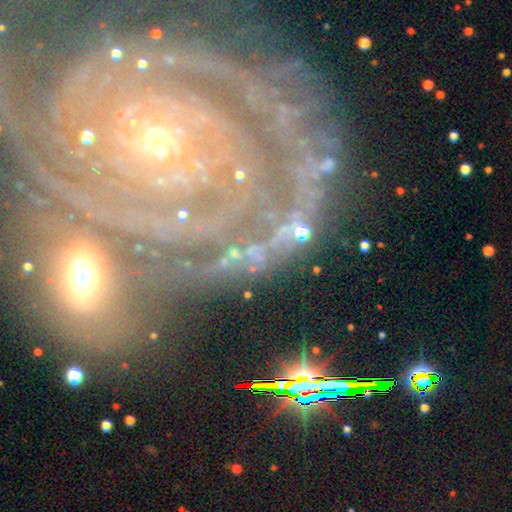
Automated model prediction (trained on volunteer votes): Q: Smooth or featured?
A: featured or disk (48%); runner-up: star or artifact (36%)
Q: Merging?
A: none (63%); runner-up: minor disturbance (16%)